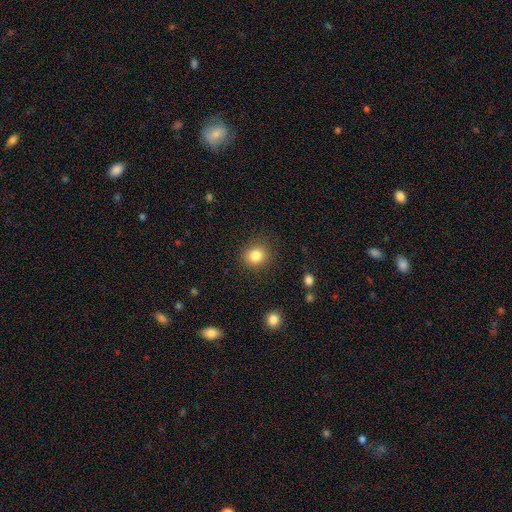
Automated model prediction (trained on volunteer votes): A smooth galaxy with no disk features (84%) that is round (81%).

Vote fractions:
- Smooth or featured? smooth: 84% / star or artifact: 11% / featured or disk: 5%
- How rounded? round: 81% / in between: 18% / cigar-shaped: 1%
- Merging? none: 87% / minor disturbance: 8% / major disturbance: 3% / merger: 1%